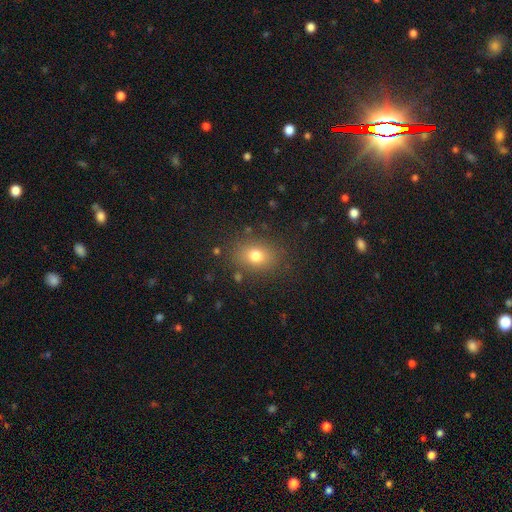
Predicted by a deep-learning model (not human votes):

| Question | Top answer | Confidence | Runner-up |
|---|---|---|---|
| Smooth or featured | smooth | 76% | star or artifact (14%) |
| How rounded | in between | 56% | round (42%) |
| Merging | none | 83% | minor disturbance (11%) |